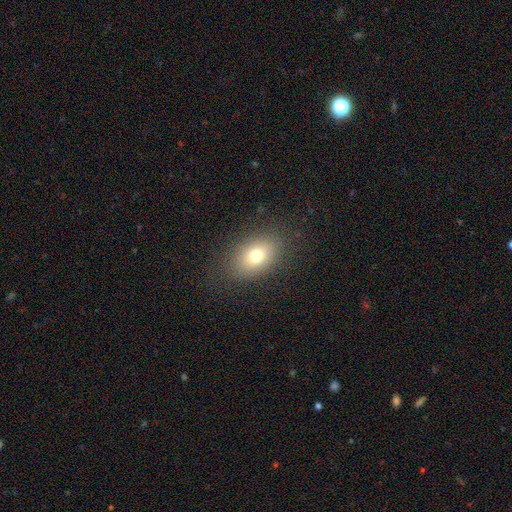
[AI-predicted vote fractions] Overall: smooth (74%). How rounded: in between (77%). Merging: none (84%).